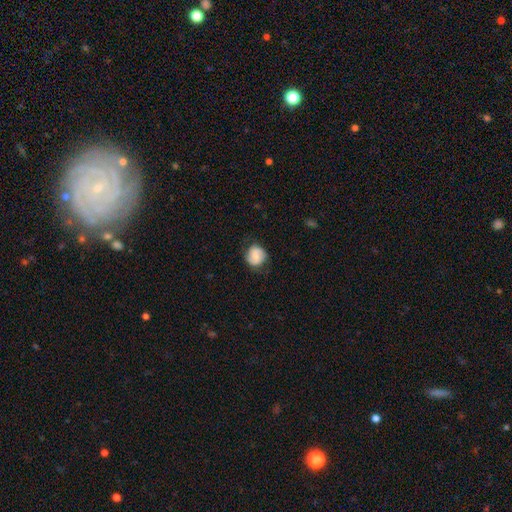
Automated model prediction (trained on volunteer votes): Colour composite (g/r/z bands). It shows a smooth galaxy with no disk features (60%) that is round (81%). Merging: none (70%).